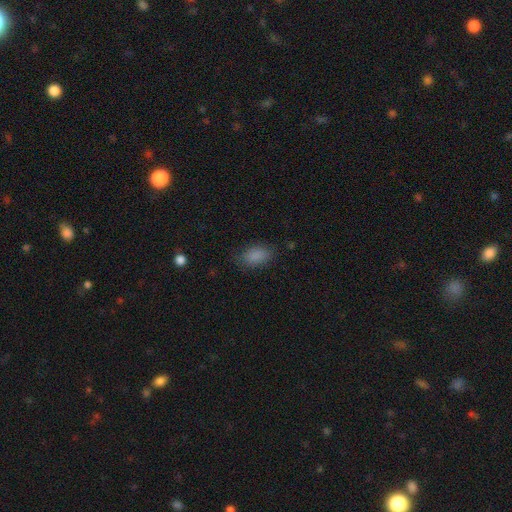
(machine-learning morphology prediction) Smooth or featured: smooth — 87% (star or artifact — 9%)
How rounded: in between — 90% (round — 7%)
Merging: none — 77% (minor disturbance — 17%)